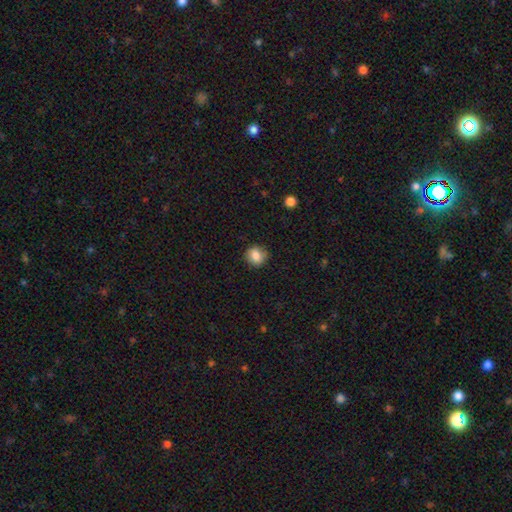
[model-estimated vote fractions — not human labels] Q: Smooth or featured?
A: smooth (83%); runner-up: star or artifact (9%)
Q: How rounded?
A: round (83%); runner-up: in between (16%)
Q: Merging?
A: none (84%); runner-up: minor disturbance (12%)